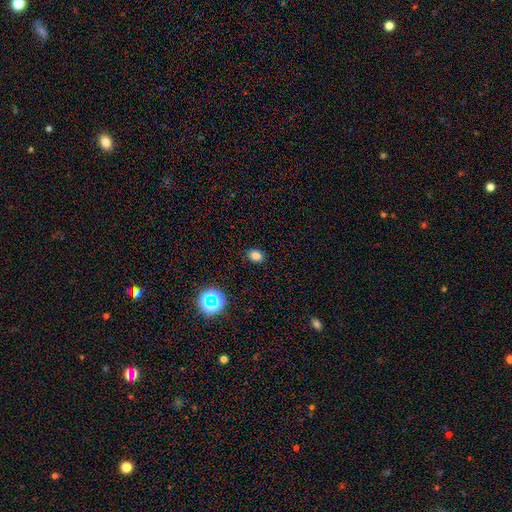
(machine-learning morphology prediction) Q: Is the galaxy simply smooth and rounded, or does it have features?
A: smooth — 79%.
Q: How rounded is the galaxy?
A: in between — 55%.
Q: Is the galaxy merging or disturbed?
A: none — 87%.